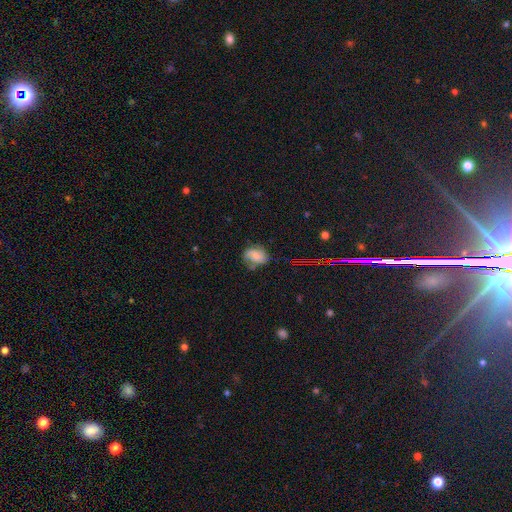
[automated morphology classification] A smooth galaxy with no disk features (45%). Merging: none (52%).